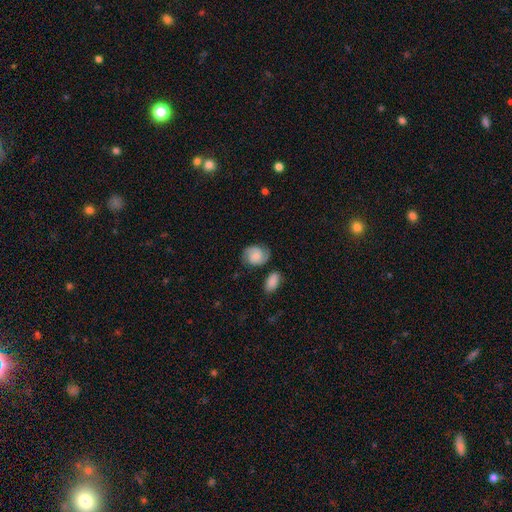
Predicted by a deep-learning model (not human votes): Morphology: type=featured or disk (57%); edge-on=no (97%); bar=no (67%); spiral arms=yes (93%); winding=medium (44%); arm count=2 (86%); bulge=small (51%); merging=none (73%).